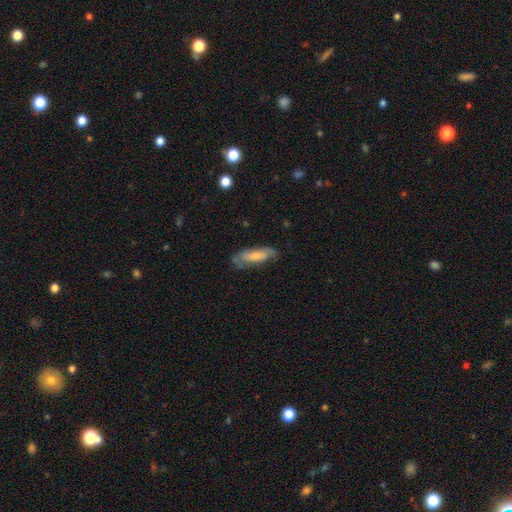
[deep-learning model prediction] This appears to be a smooth galaxy with no disk features (56%) that is in between round and cigar-shaped (57%). Merging: none (62%).